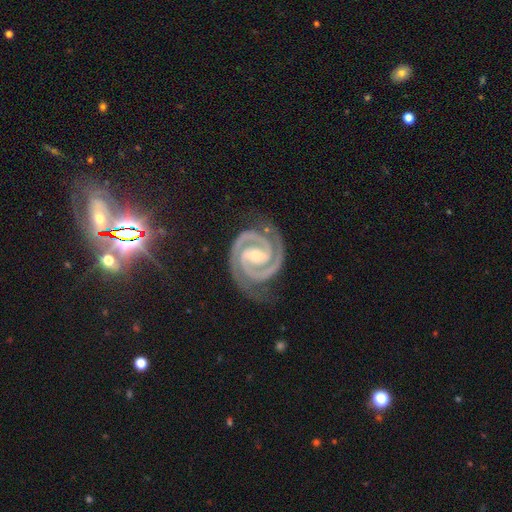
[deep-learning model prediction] Smooth or featured? featured or disk (93%)
Edge-on disk? no (98%)
Bar? weak (36%)
Spiral arms? yes (99%)
Spiral winding? tight (79%)
Spiral arm count? 2 (93%)
Bulge size? small (52%)
Merging? none (82%)